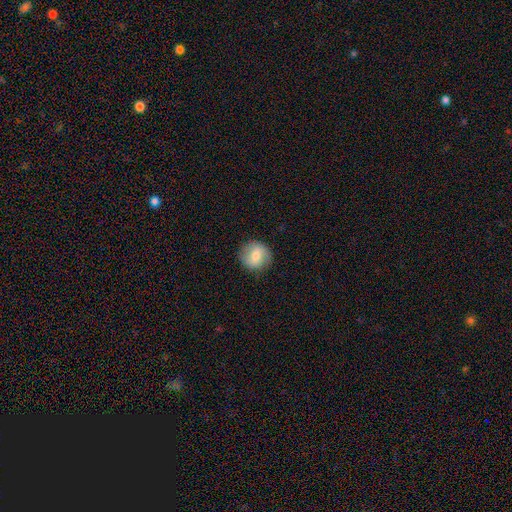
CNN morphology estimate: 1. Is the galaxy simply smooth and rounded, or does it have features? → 67% smooth, 25% featured or disk, 8% star or artifact.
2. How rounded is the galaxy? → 90% round, 9% in between, 1% cigar-shaped.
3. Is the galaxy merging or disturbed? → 86% none, 10% minor disturbance, 3% major disturbance, 1% merger.